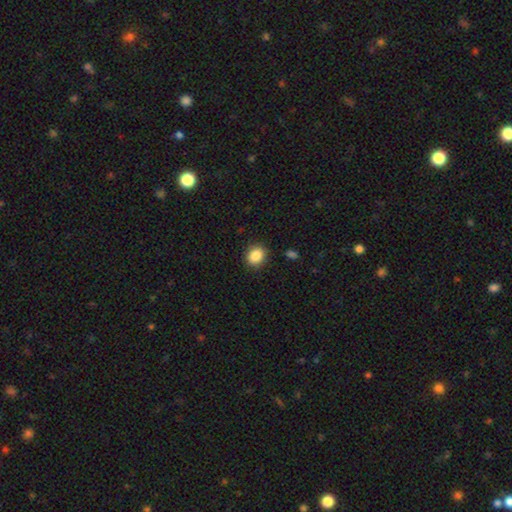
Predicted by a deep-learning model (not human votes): Overall: smooth (87%). How rounded: round (52%; in between 47%). Merging: none (88%).